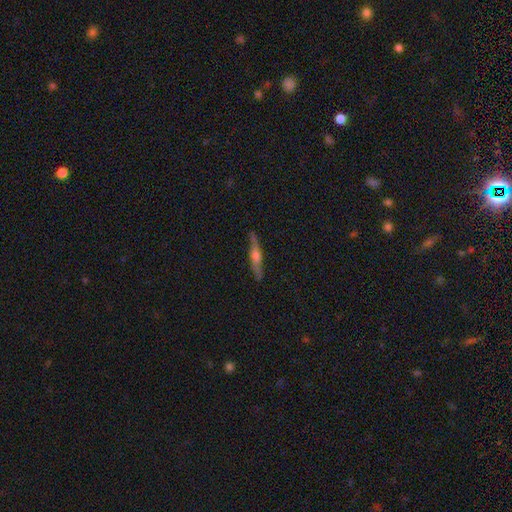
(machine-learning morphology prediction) Overall: featured or disk (63%; smooth 30%). Edge-on disk: yes (93%). Edge-on bulge: rounded (72%). Merging: none (84%).